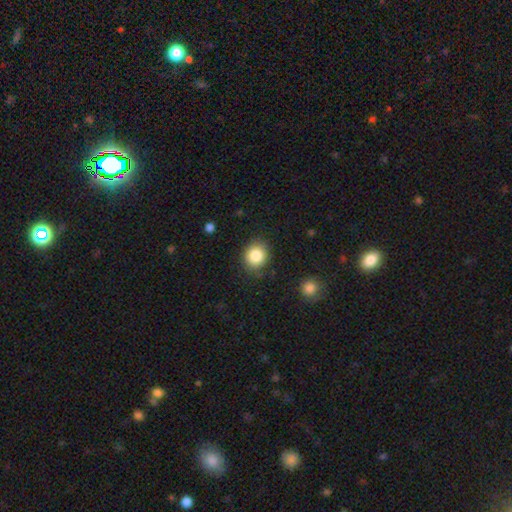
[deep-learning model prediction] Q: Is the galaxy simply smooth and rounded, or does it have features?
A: smooth — 85%.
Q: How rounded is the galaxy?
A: round — 76%.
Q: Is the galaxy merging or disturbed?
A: none — 85%.